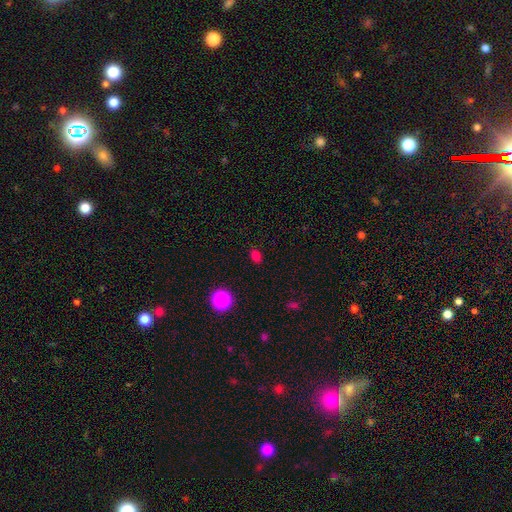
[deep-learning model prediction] Smooth or featured? smooth (76%)
How rounded? in between (65%)
Merging? none (86%)